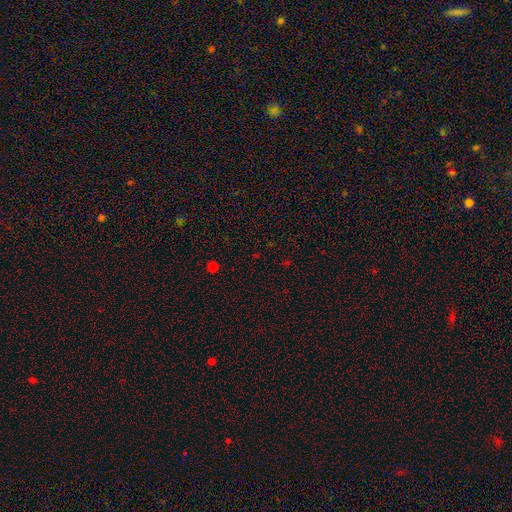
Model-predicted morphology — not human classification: Smooth or featured? Predicted: star or artifact (p=0.62).